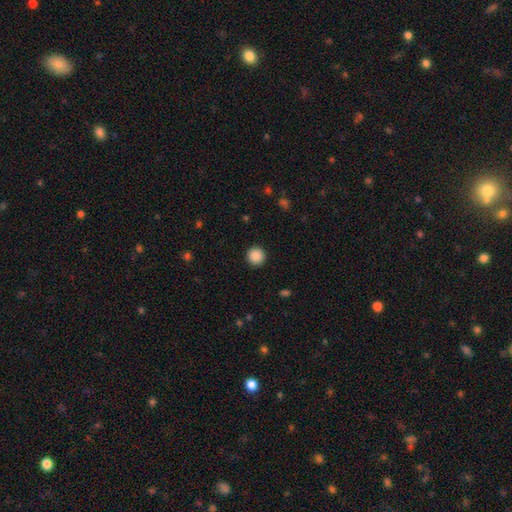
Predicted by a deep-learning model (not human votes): A smooth galaxy with no disk features (88%) that is round (96%). Merging: none (92%).